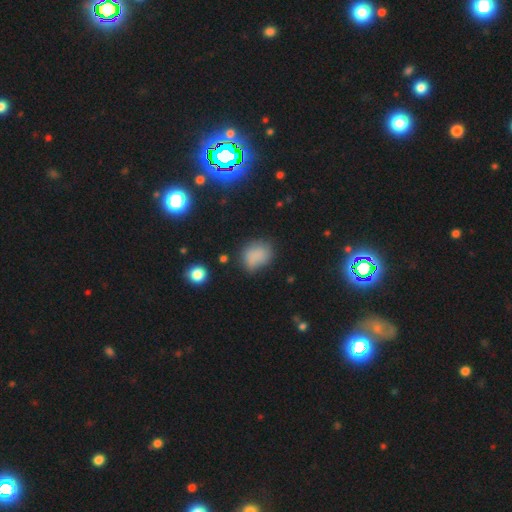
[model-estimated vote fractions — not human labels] A smooth galaxy with no disk features (81%) that is in between round and cigar-shaped (54%).

Vote fractions:
- Smooth or featured? smooth: 81% / star or artifact: 11% / featured or disk: 8%
- How rounded? in between: 54% / round: 45% / cigar-shaped: 1%
- Merging? none: 59% / minor disturbance: 27% / major disturbance: 10% / merger: 4%